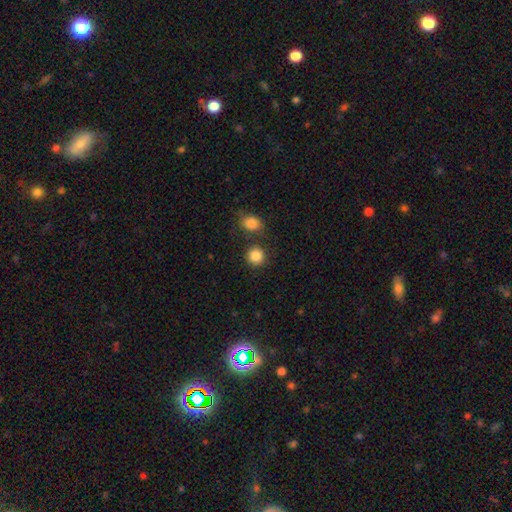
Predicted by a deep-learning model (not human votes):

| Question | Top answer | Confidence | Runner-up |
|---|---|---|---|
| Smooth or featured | smooth | 86% | star or artifact (10%) |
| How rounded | round | 91% | in between (8%) |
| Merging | none | 79% | merger (9%) |